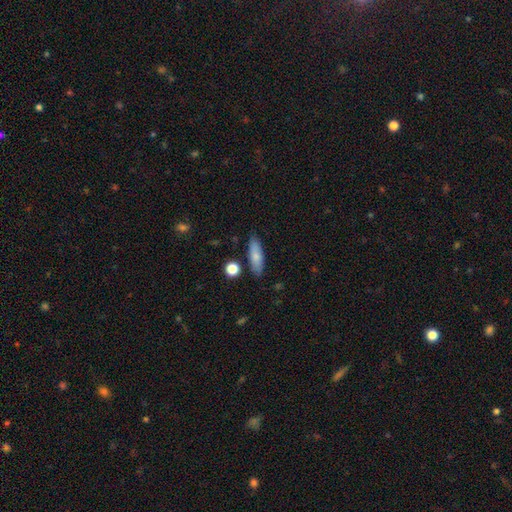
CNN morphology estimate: This appears to be a smooth galaxy with no disk features (77%) that is cigar-shaped (50%). Merging: none (83%).